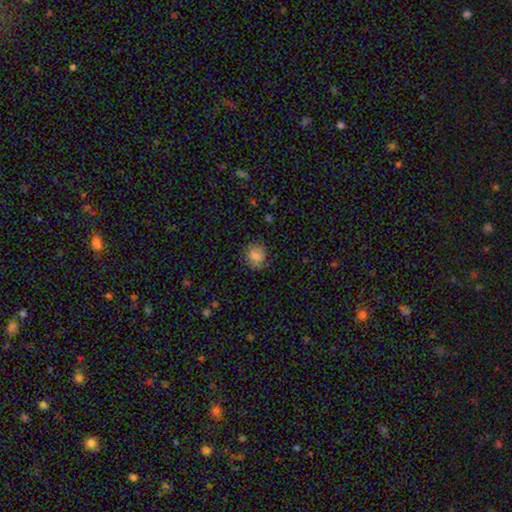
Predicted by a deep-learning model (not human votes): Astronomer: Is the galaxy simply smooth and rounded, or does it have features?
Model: smooth — 78%.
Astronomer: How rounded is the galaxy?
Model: round — 79%.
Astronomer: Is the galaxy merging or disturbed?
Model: none — 77%.